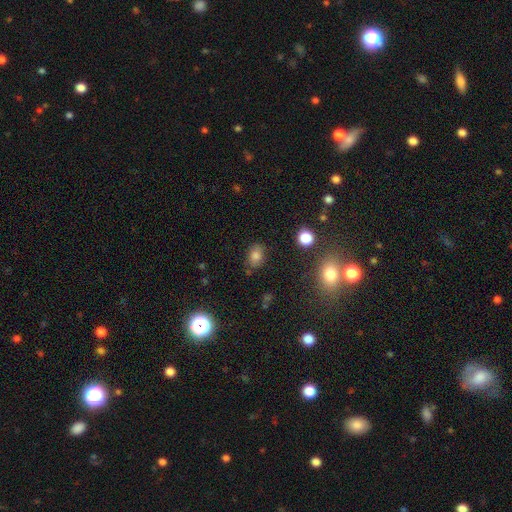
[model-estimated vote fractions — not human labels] smooth_or_featured: smooth (p=0.77) [alt: star or artifact p=0.15]
how_rounded: in between (p=0.75) [alt: round p=0.24]
merging: none (p=0.80) [alt: minor disturbance p=0.13]